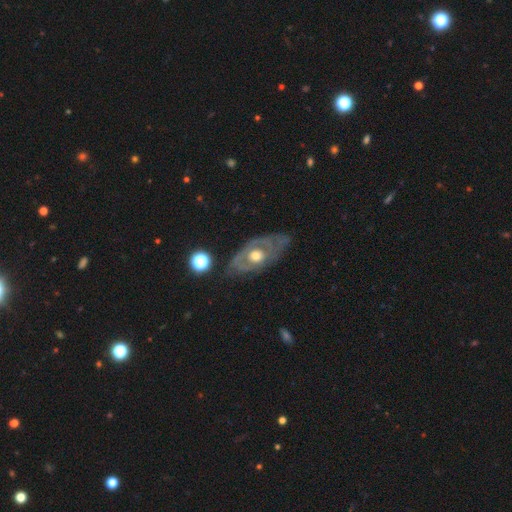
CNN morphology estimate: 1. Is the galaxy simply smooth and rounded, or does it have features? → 71% featured or disk, 23% smooth, 6% star or artifact.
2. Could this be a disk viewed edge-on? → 89% no, 11% yes.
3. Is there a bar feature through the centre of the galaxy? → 88% no, 10% weak, 3% strong.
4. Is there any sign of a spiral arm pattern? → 64% no, 36% yes.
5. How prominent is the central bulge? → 68% moderate, 20% large, 9% small, 2% dominant, 1% none.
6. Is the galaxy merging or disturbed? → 66% none, 21% minor disturbance, 11% major disturbance, 2% merger.